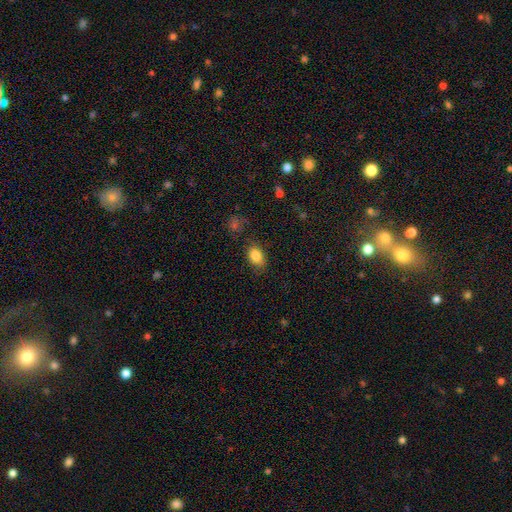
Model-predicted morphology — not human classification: smooth_or_featured: smooth (p=0.84) [alt: star or artifact p=0.08]
how_rounded: in between (p=0.83) [alt: round p=0.15]
merging: none (p=0.78) [alt: minor disturbance p=0.16]